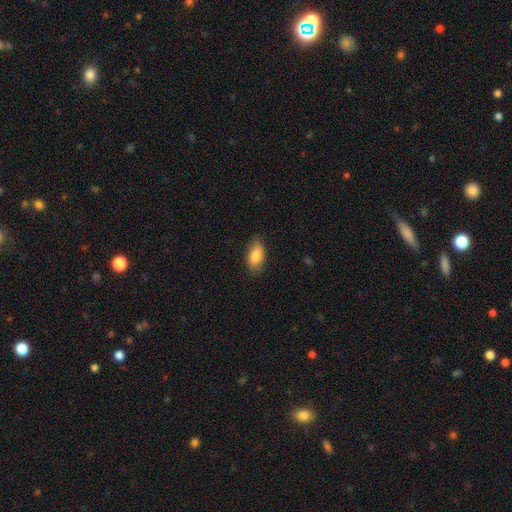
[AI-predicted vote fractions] Smooth or featured: smooth — 85% (featured or disk — 8%)
How rounded: in between — 91% (round — 5%)
Merging: none — 82% (minor disturbance — 14%)